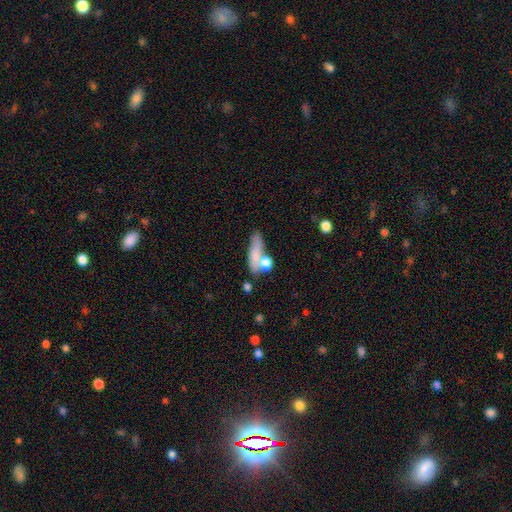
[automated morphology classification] Overall: smooth (75%). How rounded: in between (47%; cigar-shaped 44%). Merging: none (51%; merger 23%).